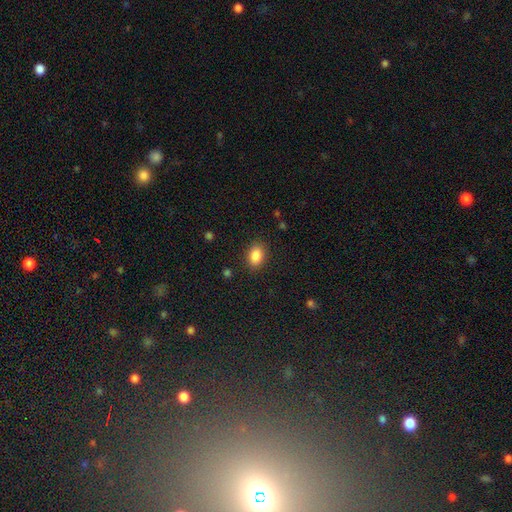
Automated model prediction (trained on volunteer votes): Q: Smooth or featured?
A: smooth (87%); runner-up: star or artifact (9%)
Q: How rounded?
A: in between (82%); runner-up: round (16%)
Q: Merging?
A: none (86%); runner-up: minor disturbance (10%)